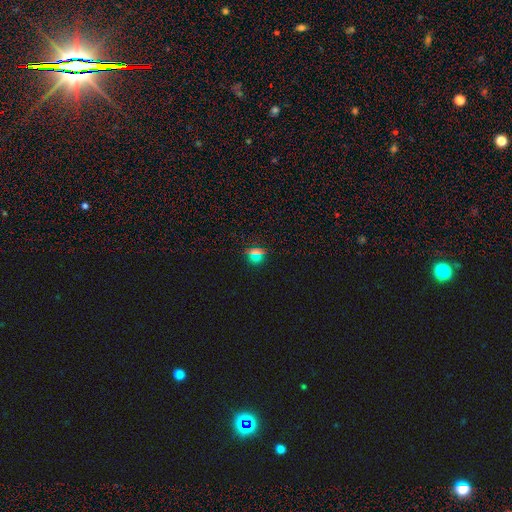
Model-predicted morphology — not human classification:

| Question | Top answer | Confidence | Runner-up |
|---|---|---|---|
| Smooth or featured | smooth | 52% | star or artifact (40%) |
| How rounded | round | 84% | in between (13%) |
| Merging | none | 87% | minor disturbance (7%) |